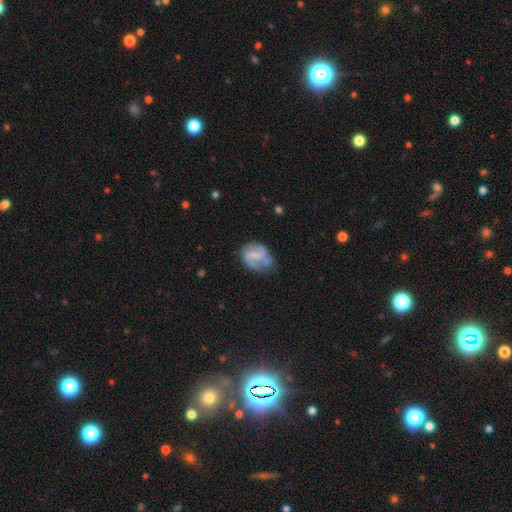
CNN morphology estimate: smooth_or_featured: featured or disk (p=0.66) [alt: smooth p=0.27]
disk_edge_on: no (p=0.98) [alt: yes p=0.02]
bar: weak (p=0.47) [alt: no p=0.29]
has_spiral_arms: yes (p=0.84) [alt: no p=0.16]
spiral_winding: medium (p=0.45) [alt: loose p=0.35]
spiral_arm_count: 2 (p=0.78) [alt: can't tell p=0.10]
bulge_size: none (p=0.42) [alt: small p=0.37]
merging: none (p=0.50) [alt: minor disturbance p=0.28]